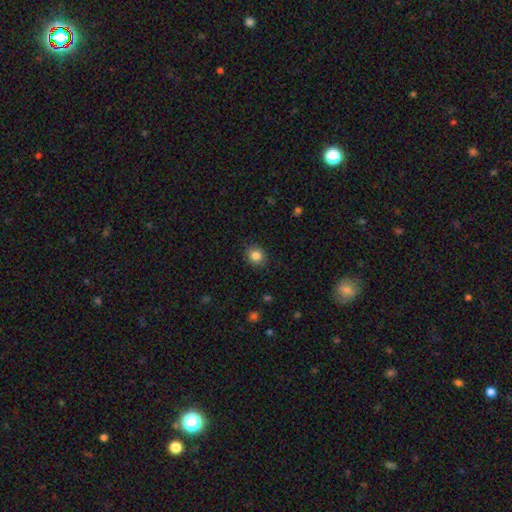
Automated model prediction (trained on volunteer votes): Smooth or featured? Predicted: smooth (p=0.84). How rounded? Predicted: round (p=0.80). Merging? Predicted: none (p=0.89).